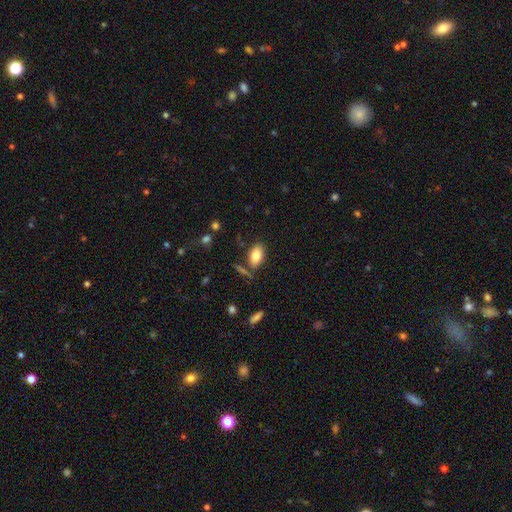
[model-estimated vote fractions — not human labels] Q: Smooth or featured?
A: smooth (83%); runner-up: featured or disk (9%)
Q: How rounded?
A: in between (91%); runner-up: round (6%)
Q: Merging?
A: none (76%); runner-up: minor disturbance (13%)